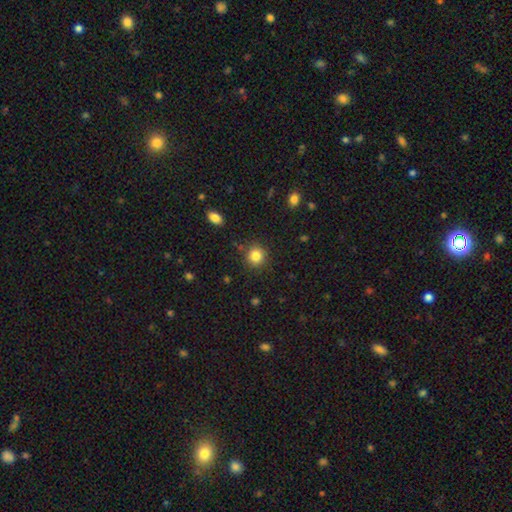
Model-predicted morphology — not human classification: A smooth galaxy with no disk features (83%) that is round (87%). Merging: none (87%).